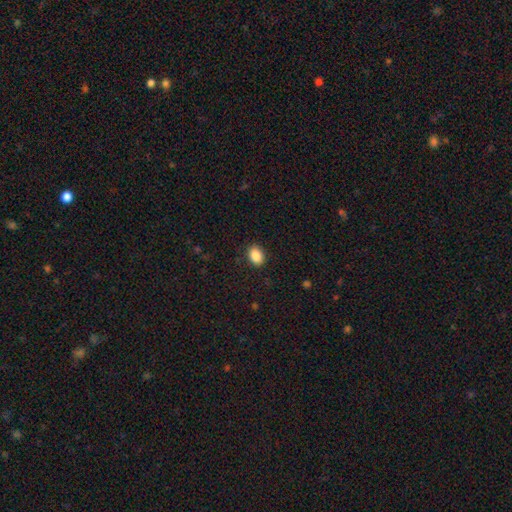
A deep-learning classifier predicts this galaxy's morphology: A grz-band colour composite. It shows a smooth galaxy with no disk features (89%) that is in between round and cigar-shaped (74%). Merging: none (89%).